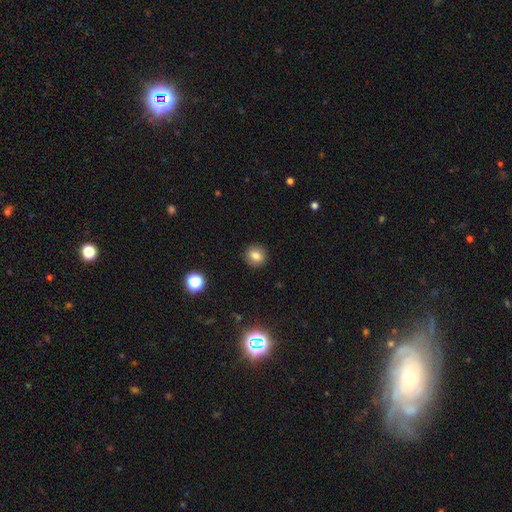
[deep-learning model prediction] A smooth galaxy with no disk features (80%) that is round (87%).

Vote fractions:
- Smooth or featured? smooth: 80% / star or artifact: 12% / featured or disk: 9%
- How rounded? round: 87% / in between: 12% / cigar-shaped: 1%
- Merging? none: 91% / minor disturbance: 6% / major disturbance: 2% / merger: 1%